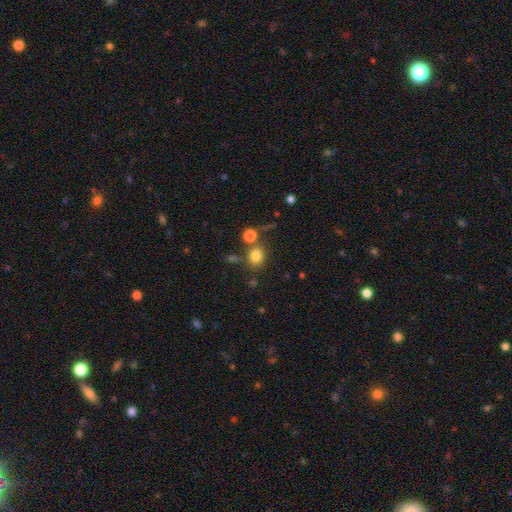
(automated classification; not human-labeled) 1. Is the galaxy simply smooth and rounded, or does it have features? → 79% smooth, 13% star or artifact, 8% featured or disk.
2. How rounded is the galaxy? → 68% round, 31% in between, 1% cigar-shaped.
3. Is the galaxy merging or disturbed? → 67% none, 16% merger, 11% minor disturbance, 5% major disturbance.